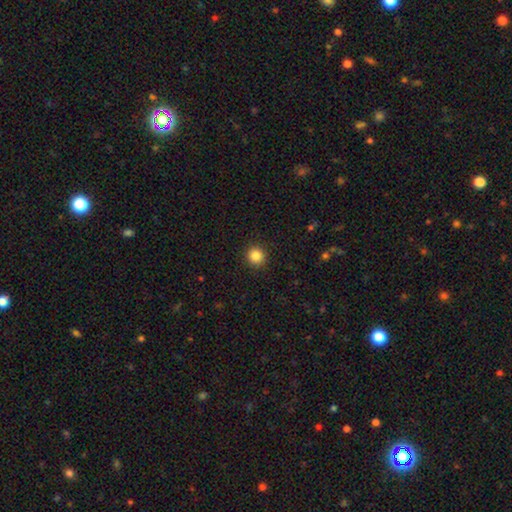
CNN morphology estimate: Overall: smooth (85%). How rounded: round (94%). Merging: none (92%).